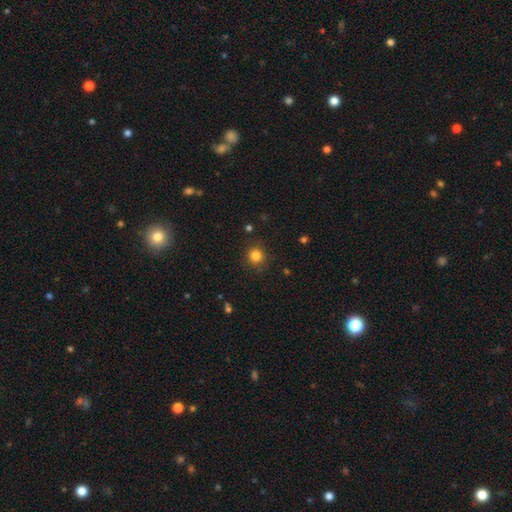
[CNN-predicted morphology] A smooth galaxy with no disk features (82%) that is round (93%).

Vote fractions:
- Smooth or featured? smooth: 82% / star or artifact: 13% / featured or disk: 5%
- How rounded? round: 93% / in between: 6% / cigar-shaped: 1%
- Merging? none: 88% / minor disturbance: 8% / major disturbance: 3% / merger: 2%